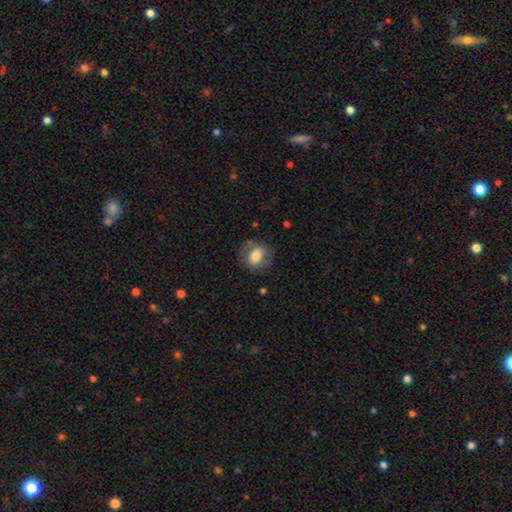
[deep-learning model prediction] Overall: smooth (74%). How rounded: round (52%; in between 47%). Merging: none (74%).